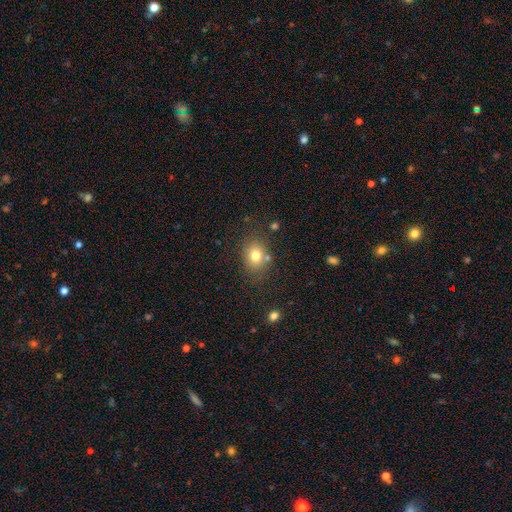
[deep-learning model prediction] Smooth or featured?
  - smooth: 77% *
  - star or artifact: 12%
  - featured or disk: 11%
How rounded?
  - in between: 51% *
  - round: 48%
  - cigar-shaped: 1%
Merging?
  - none: 73% *
  - minor disturbance: 14%
  - merger: 9%
  - major disturbance: 4%